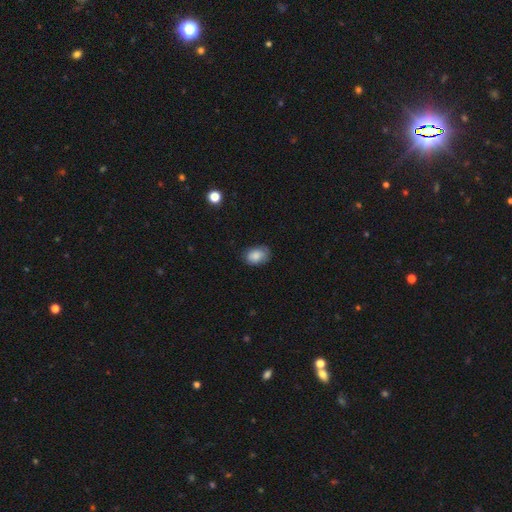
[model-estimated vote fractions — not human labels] smooth_or_featured: smooth (p=0.83) [alt: featured or disk p=0.09]
how_rounded: in between (p=0.77) [alt: round p=0.22]
merging: none (p=0.70) [alt: minor disturbance p=0.24]